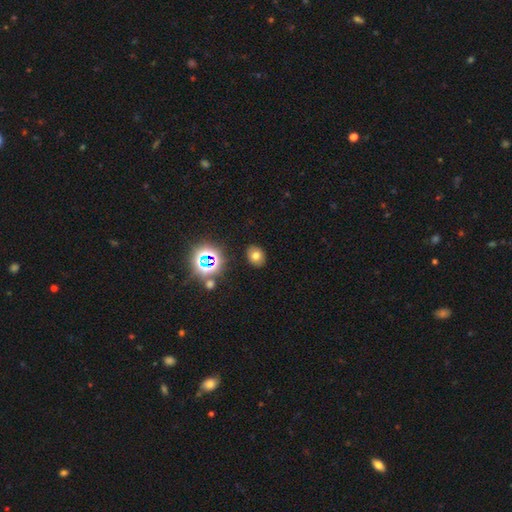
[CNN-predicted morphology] This is likely a smooth galaxy (69%). How rounded: possibly in between (56%). Merging: clearly none (88%).